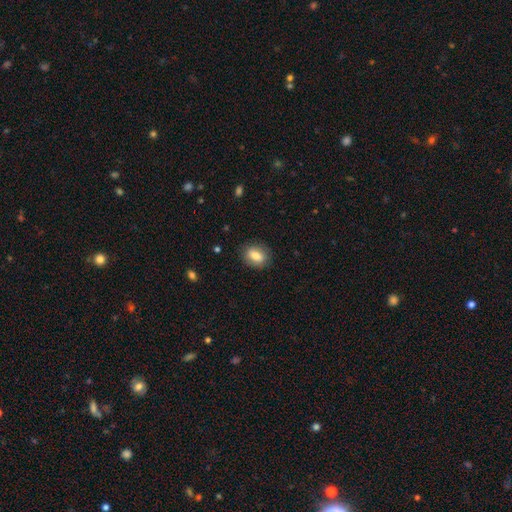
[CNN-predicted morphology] Smooth or featured?
  - smooth: 80% *
  - featured or disk: 12%
  - star or artifact: 8%
How rounded?
  - in between: 72% *
  - round: 26%
  - cigar-shaped: 2%
Merging?
  - none: 85% *
  - minor disturbance: 11%
  - major disturbance: 3%
  - merger: 1%